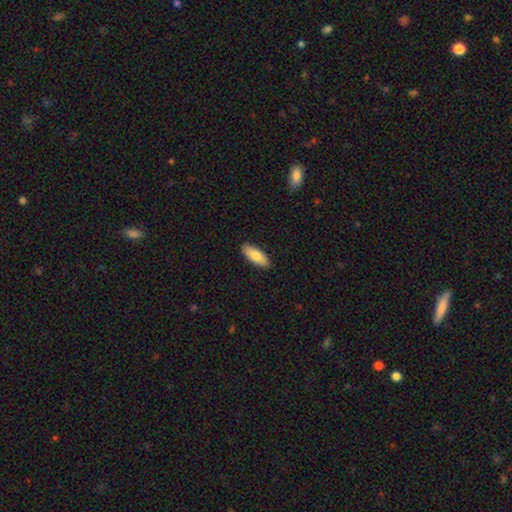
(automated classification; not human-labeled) smooth-or-featured: smooth: 81% | featured or disk: 13% | star or artifact: 6%
  how-rounded: in between: 75% | cigar-shaped: 23% | round: 2%
  merging: none: 90% | minor disturbance: 8% | major disturbance: 2% | merger: 1%